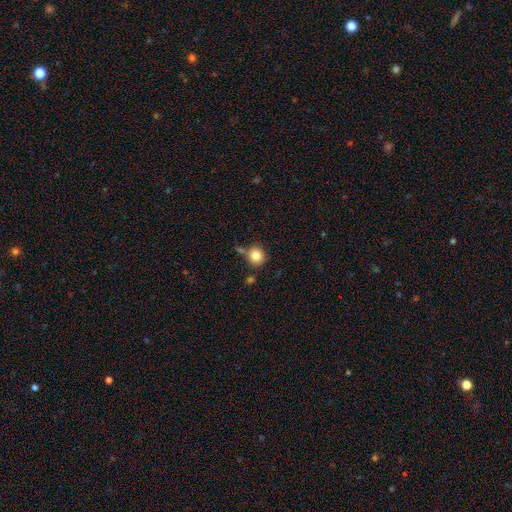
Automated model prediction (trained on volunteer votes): This is clearly a smooth galaxy (83%). How rounded: clearly round (91%). Merging: likely none (73%).